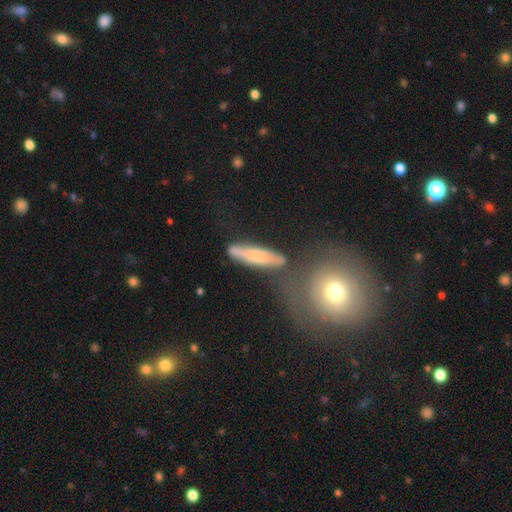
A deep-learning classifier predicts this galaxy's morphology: Overall: smooth (60%; featured or disk 32%). How rounded: cigar-shaped (75%). Merging: none (64%).